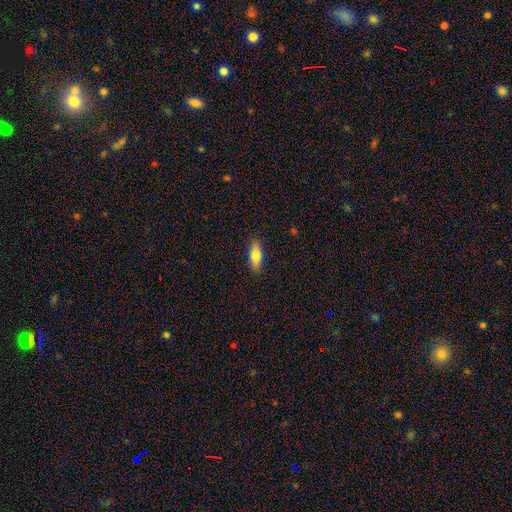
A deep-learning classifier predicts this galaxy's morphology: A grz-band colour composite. It shows a smooth galaxy with no disk features (81%) that is in between round and cigar-shaped (75%). Merging: none (85%).